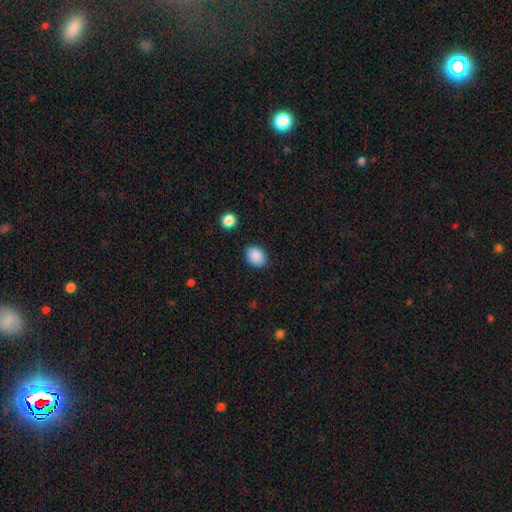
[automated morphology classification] This is clearly a smooth galaxy (89%). How rounded: possibly in between (59%). Merging: clearly none (84%).